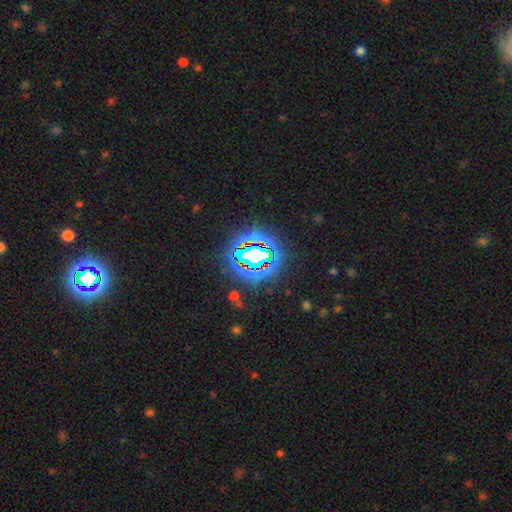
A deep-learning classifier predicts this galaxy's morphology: type=star or artifact (75%).